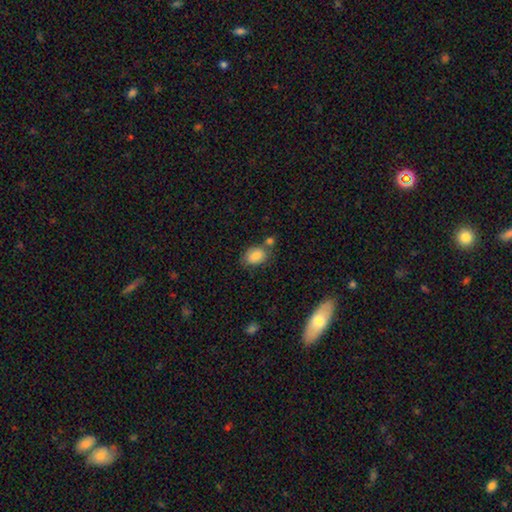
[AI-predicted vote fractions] smooth-or-featured: smooth: 84% | featured or disk: 8% | star or artifact: 8%
  how-rounded: in between: 79% | round: 19% | cigar-shaped: 1%
  merging: none: 56% | merger: 20% | minor disturbance: 18% | major disturbance: 5%